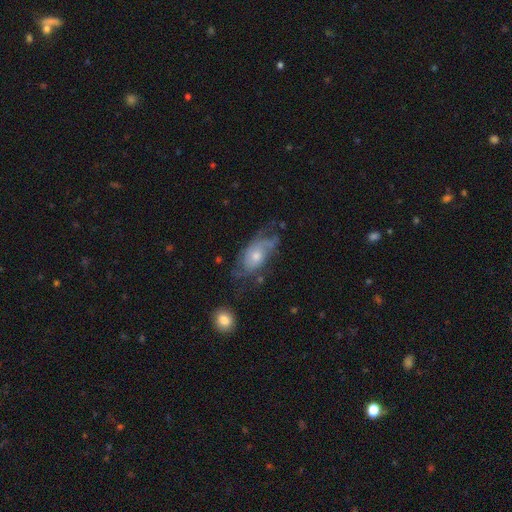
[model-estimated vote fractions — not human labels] smooth-or-featured: featured or disk: 66% | smooth: 27% | star or artifact: 7%
  disk-edge-on: no: 92% | yes: 8%
    bar: no: 78% | weak: 20% | strong: 3%
    has-spiral-arms: yes: 82% | no: 18%
      spiral-winding: medium: 40% | tight: 34% | loose: 26%
      spiral-arm-count: 2: 38% | can't tell: 36% | 3: 12% | 1: 7% | 4: 4% | more than 4: 3%
    bulge-size: moderate: 51% | small: 40% | large: 5% | none: 2% | dominant: 1%
  merging: none: 47% | minor disturbance: 27% | major disturbance: 23% | merger: 3%